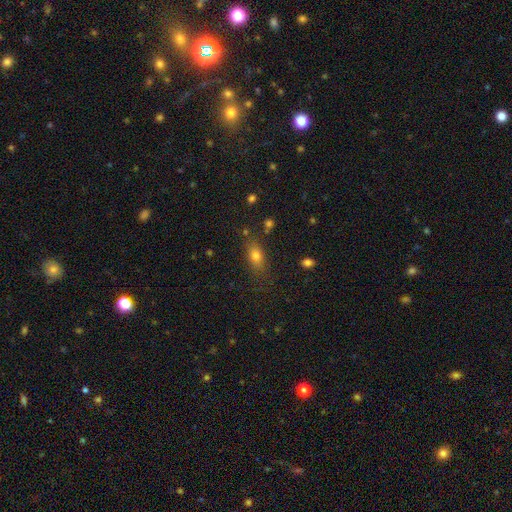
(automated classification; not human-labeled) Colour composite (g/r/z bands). It shows a smooth galaxy with no disk features (75%) that is in between round and cigar-shaped (75%). Merging: none (74%).